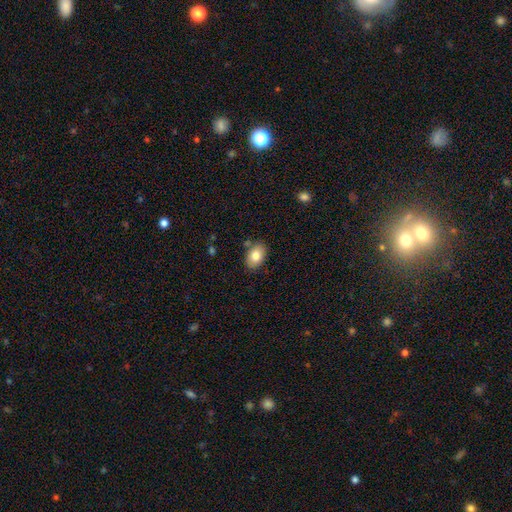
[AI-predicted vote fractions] This is clearly a smooth galaxy (82%). How rounded: clearly in between (84%). Merging: clearly none (82%).